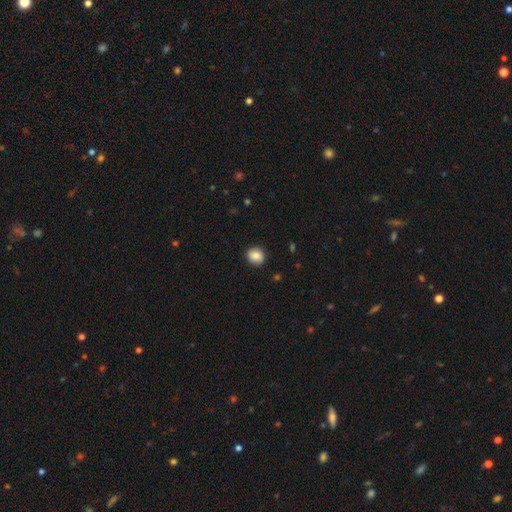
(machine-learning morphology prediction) Overall: smooth (80%). How rounded: round (82%). Merging: none (88%).